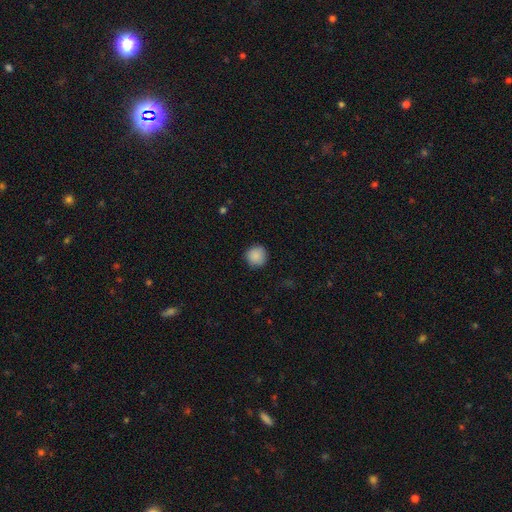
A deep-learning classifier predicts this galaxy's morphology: Smooth or featured? smooth (89%)
How rounded? round (94%)
Merging? none (89%)